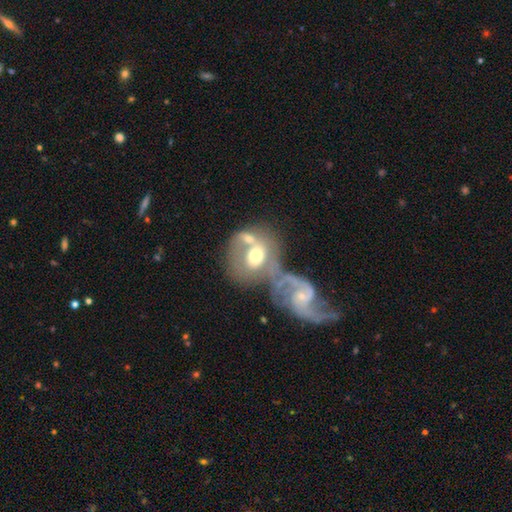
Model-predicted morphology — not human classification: smooth-or-featured: featured or disk: 52% | smooth: 41% | star or artifact: 8%
  disk-edge-on: no: 94% | yes: 6%
  merging: merger: 60% | none: 18% | major disturbance: 12% | minor disturbance: 10%